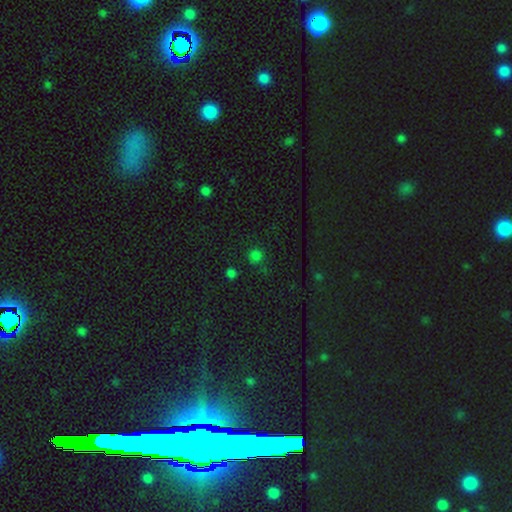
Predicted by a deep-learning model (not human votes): Smooth or featured? smooth (69%)
How rounded? round (91%)
Merging? none (80%)